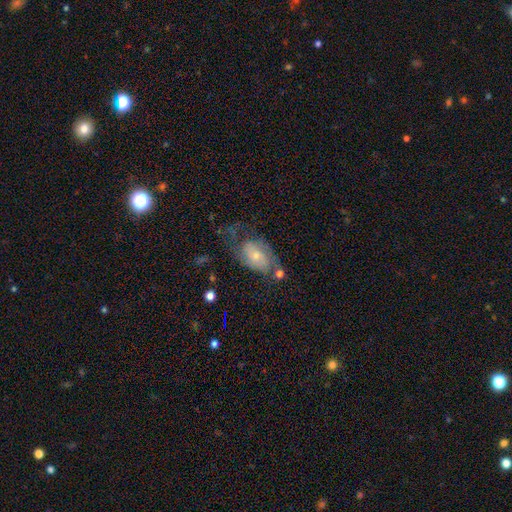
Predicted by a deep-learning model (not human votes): The model was most divided on "merging": none: 35%, major disturbance: 31%, minor disturbance: 26%, merger: 8%. Remaining: smooth or featured — featured or disk (49%).